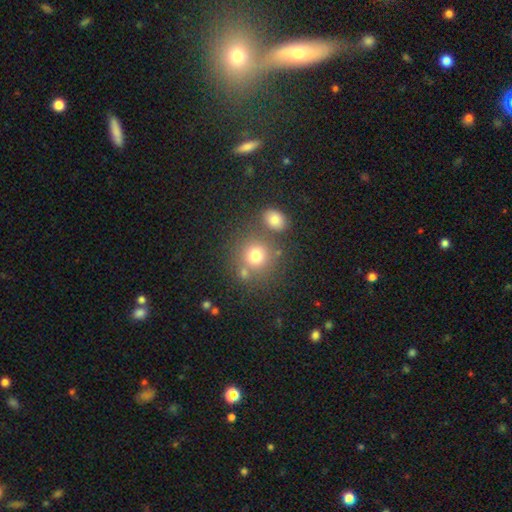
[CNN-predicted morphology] Smooth or featured? smooth (75%)
How rounded? round (88%)
Merging? none (68%)